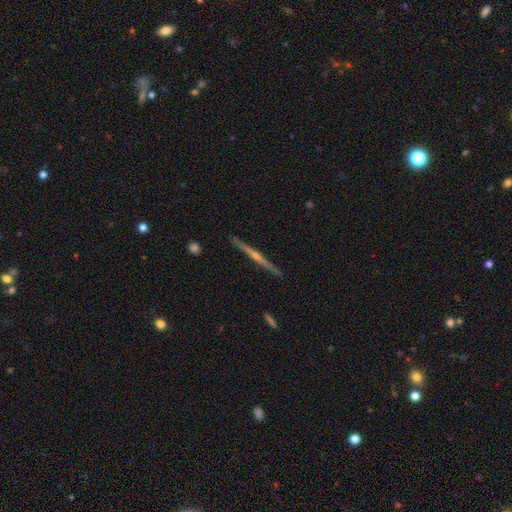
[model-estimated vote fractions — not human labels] A featured or disk galaxy (76%) viewed edge-on (98%) with a rounded central bulge (74%).

Vote fractions:
- Smooth or featured? featured or disk: 76% / smooth: 16% / star or artifact: 8%
- Edge-on disk? yes: 98% / no: 2%
- Edge-on bulge? rounded: 74% / none: 19% / boxy: 7%
- Merging? none: 90% / minor disturbance: 7% / major disturbance: 2% / merger: 2%